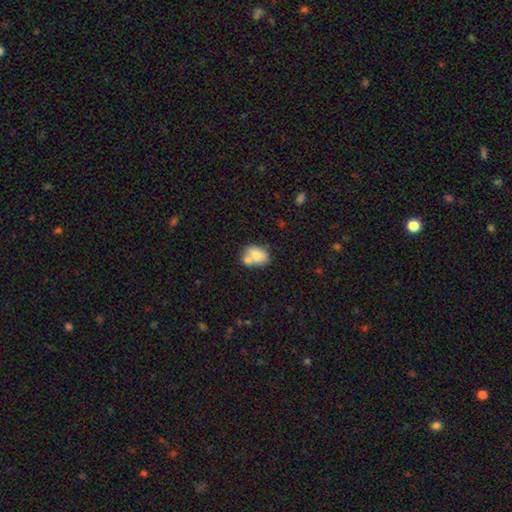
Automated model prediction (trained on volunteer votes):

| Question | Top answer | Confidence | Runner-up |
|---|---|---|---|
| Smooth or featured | smooth | 70% | featured or disk (22%) |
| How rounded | in between | 71% | round (28%) |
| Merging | merger | 43% | none (36%) |